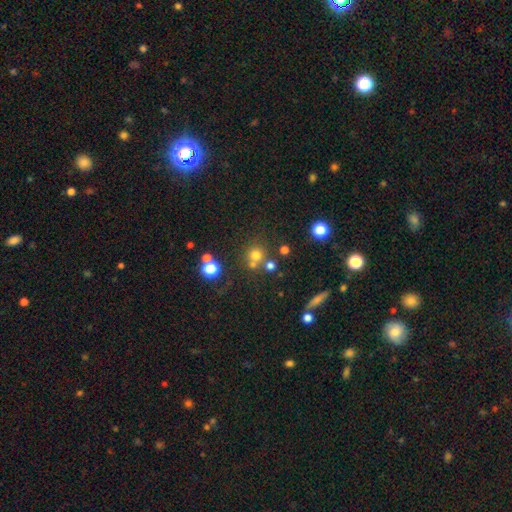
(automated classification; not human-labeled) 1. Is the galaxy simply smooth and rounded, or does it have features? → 69% smooth, 21% star or artifact, 10% featured or disk.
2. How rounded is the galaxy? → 90% round, 9% in between, 1% cigar-shaped.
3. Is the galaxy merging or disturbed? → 63% none, 24% merger, 9% minor disturbance, 4% major disturbance.